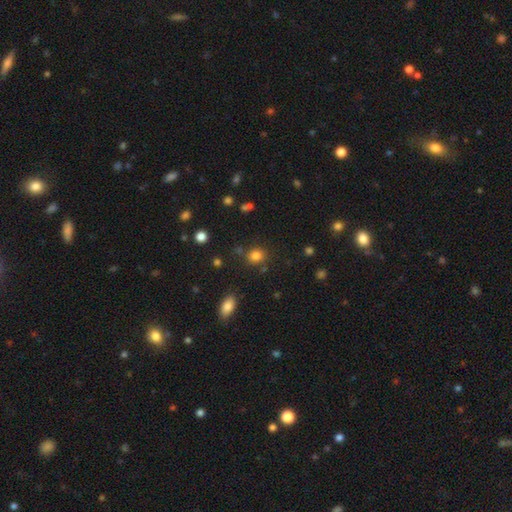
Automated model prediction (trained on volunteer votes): This appears to be a smooth galaxy with no disk features (82%) that is round (67%). Merging: none (81%).